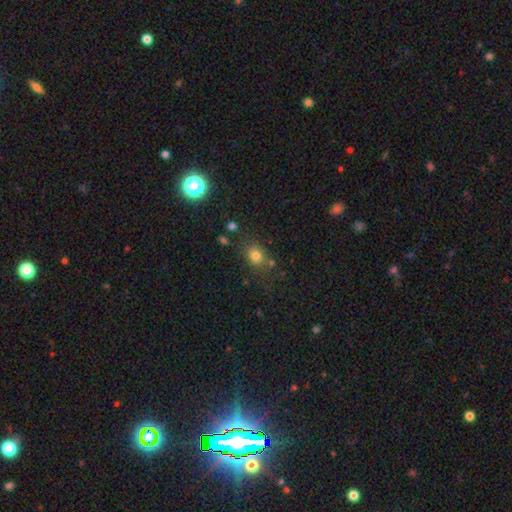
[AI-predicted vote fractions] Smooth or featured?
  - smooth: 78% *
  - star or artifact: 14%
  - featured or disk: 8%
How rounded?
  - round: 57% *
  - in between: 42%
  - cigar-shaped: 1%
Merging?
  - none: 72% *
  - minor disturbance: 15%
  - merger: 7%
  - major disturbance: 6%